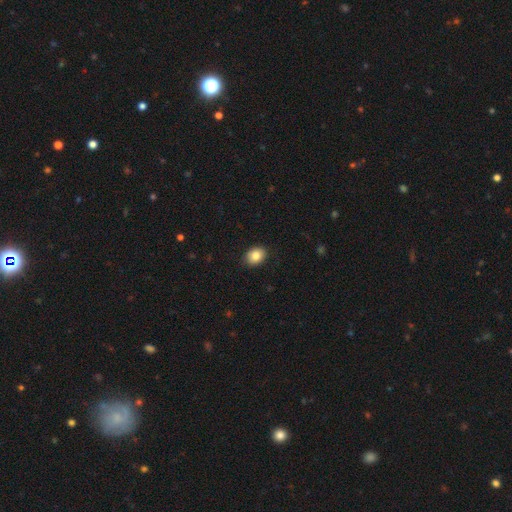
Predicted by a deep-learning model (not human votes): smooth 83%, star or artifact 8%, featured or disk 8%. Down the decision tree: how rounded — in between (65%); merging — none (89%).